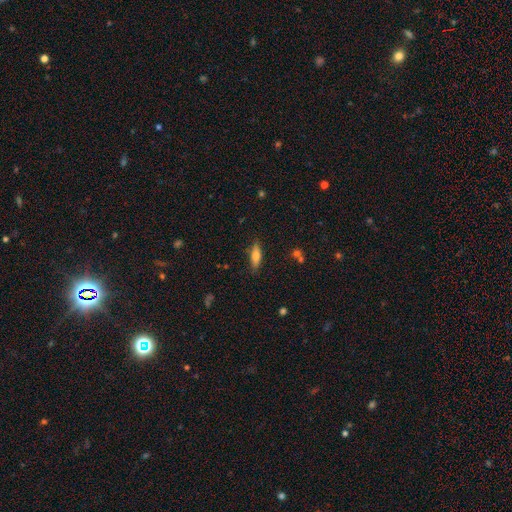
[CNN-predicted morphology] Smooth or featured? smooth (71%)
How rounded? in between (49%)
Merging? none (84%)